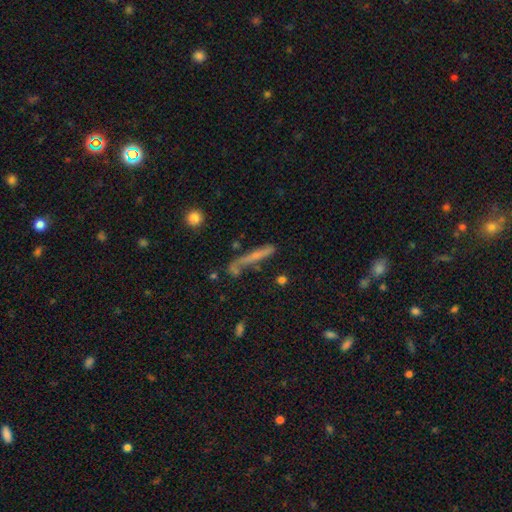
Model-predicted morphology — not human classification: The model was most divided on "smooth or featured": smooth: 50%, featured or disk: 41%, star or artifact: 9%. More confident: how rounded — cigar-shaped (90%); merging — none (51%).